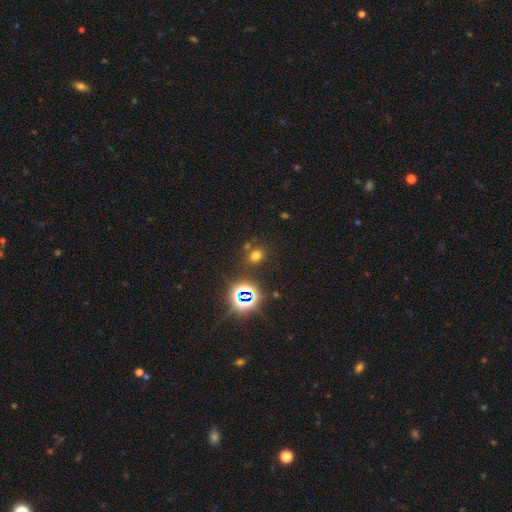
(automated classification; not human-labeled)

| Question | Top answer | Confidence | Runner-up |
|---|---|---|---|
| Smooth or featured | smooth | 59% | star or artifact (33%) |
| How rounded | round | 62% | in between (36%) |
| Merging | none | 76% | minor disturbance (11%) |